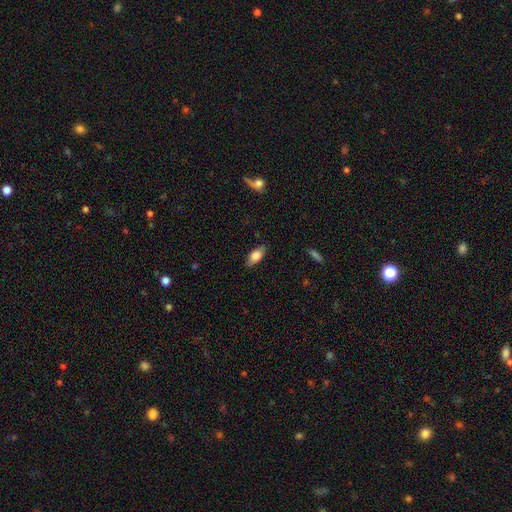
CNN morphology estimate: Smooth or featured: smooth — 74% (featured or disk — 20%)
How rounded: in between — 85% (cigar-shaped — 12%)
Merging: none — 84% (minor disturbance — 13%)